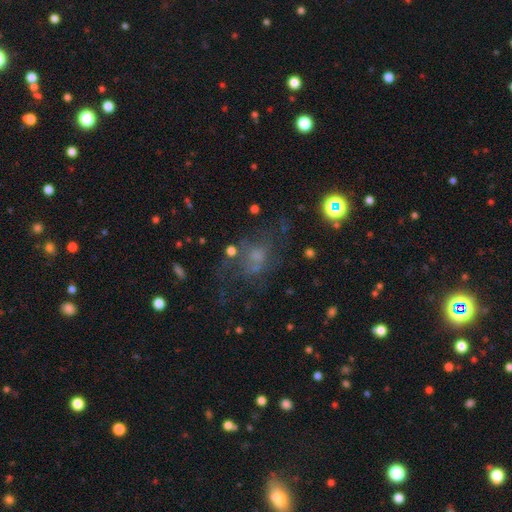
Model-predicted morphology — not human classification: The model was most divided on "smooth or featured": featured or disk: 41%, smooth: 34%, star or artifact: 25%. Remaining: merging — none (44%).